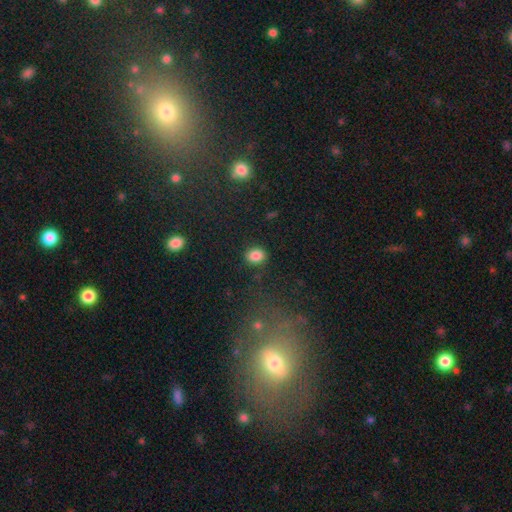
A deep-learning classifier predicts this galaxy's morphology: Smooth or featured? smooth (84%)
How rounded? round (60%)
Merging? none (84%)